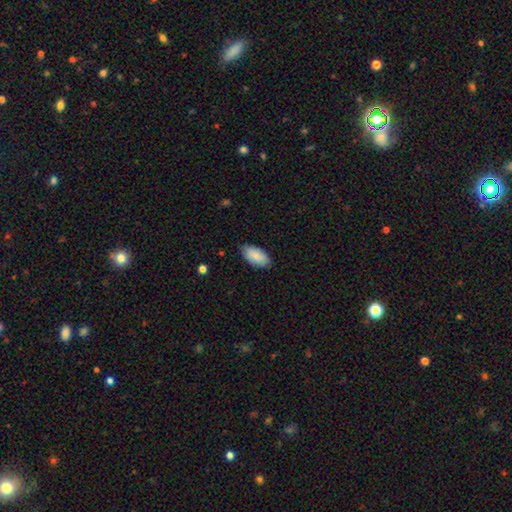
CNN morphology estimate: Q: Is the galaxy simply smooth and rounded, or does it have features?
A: smooth — 86%.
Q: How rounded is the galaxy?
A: in between — 95%.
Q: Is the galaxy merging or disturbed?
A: none — 80%.